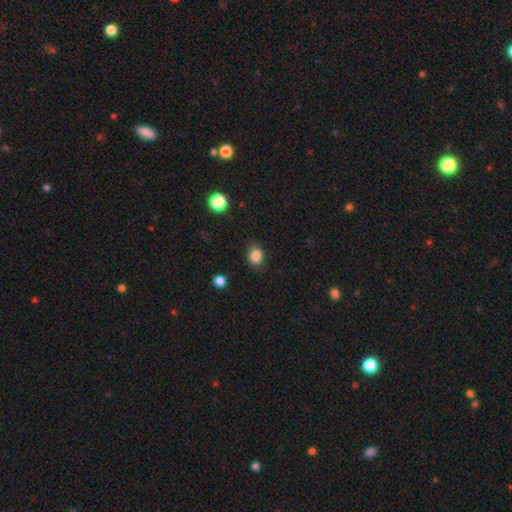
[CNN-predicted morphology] smooth-or-featured: smooth: 85% | star or artifact: 11% | featured or disk: 4%
  how-rounded: round: 63% | in between: 37% | cigar-shaped: 1%
  merging: none: 82% | minor disturbance: 13% | major disturbance: 3% | merger: 1%